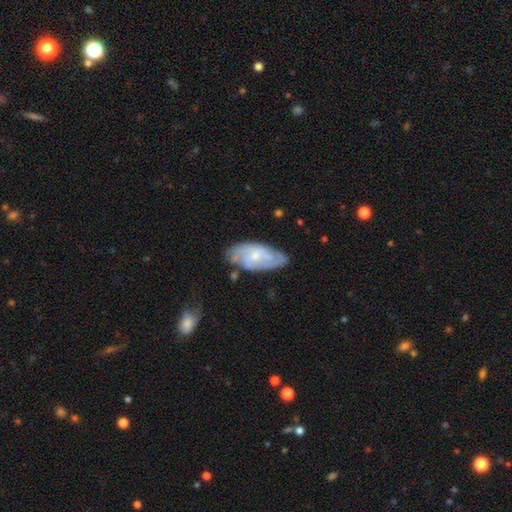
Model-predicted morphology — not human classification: Smooth or featured? Predicted: featured or disk (p=0.68). Edge-on disk? Predicted: no (p=0.92). Bar? Predicted: no (p=0.49). Spiral arms? Predicted: yes (p=0.86). Spiral winding? Predicted: tight (p=0.48). Spiral arm count? Predicted: 2 (p=0.39). Bulge size? Predicted: small (p=0.62). Merging? Predicted: none (p=0.68).